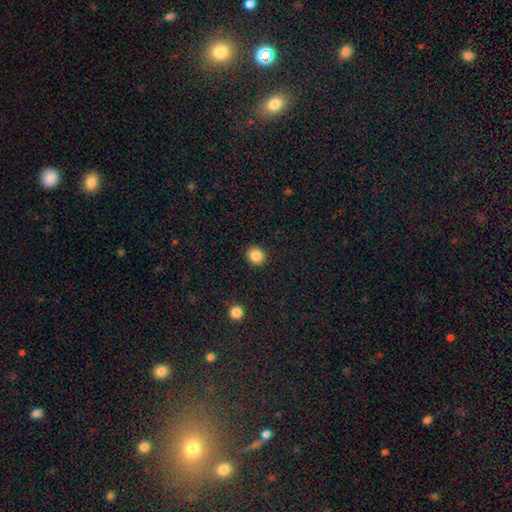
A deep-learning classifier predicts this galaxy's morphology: Overall: smooth (86%). How rounded: round (76%). Merging: none (91%).